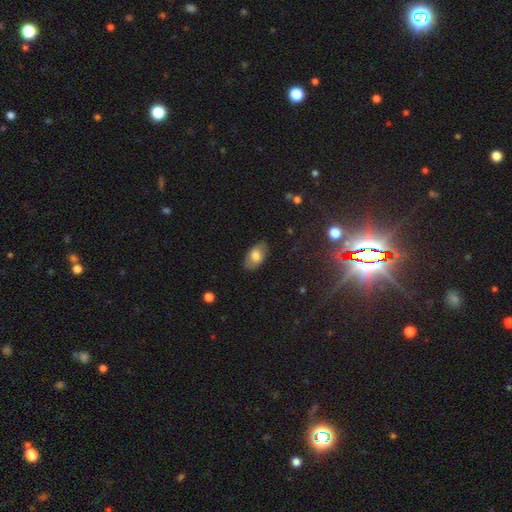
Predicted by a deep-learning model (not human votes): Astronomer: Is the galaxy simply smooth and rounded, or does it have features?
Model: smooth — 70%.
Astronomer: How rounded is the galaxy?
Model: in between — 94%.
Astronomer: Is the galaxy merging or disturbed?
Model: none — 82%.